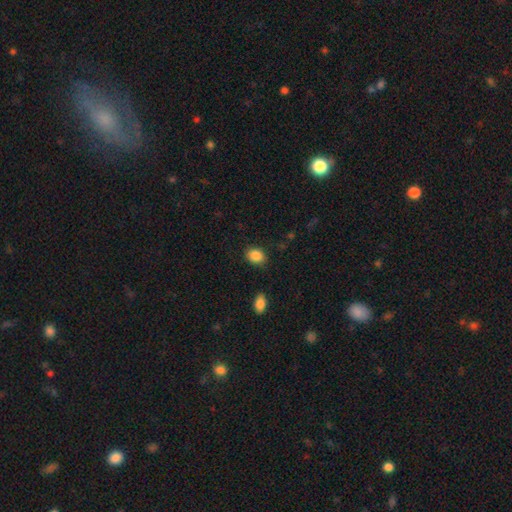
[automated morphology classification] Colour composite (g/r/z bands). It shows a smooth galaxy with no disk features (87%) that is in between round and cigar-shaped (67%). Merging: none (85%).